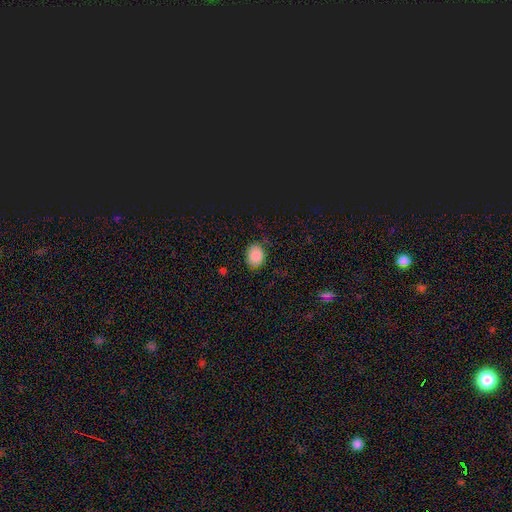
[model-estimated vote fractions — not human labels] Smooth or featured: smooth — 85% (star or artifact — 10%)
How rounded: in between — 54% (round — 45%)
Merging: none — 73% (minor disturbance — 20%)